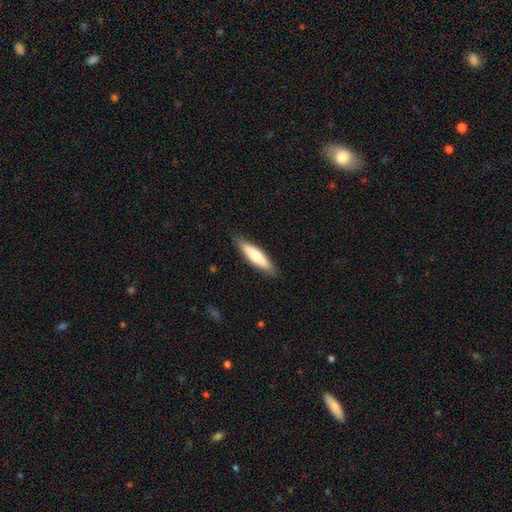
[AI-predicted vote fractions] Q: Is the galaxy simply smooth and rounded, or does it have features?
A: smooth — 65%.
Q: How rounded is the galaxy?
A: cigar-shaped — 67%.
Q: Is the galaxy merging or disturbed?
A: none — 86%.